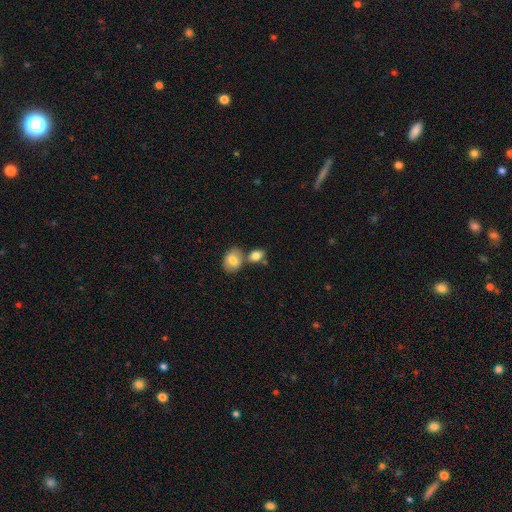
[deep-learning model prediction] The model was most divided on "merging": none: 47%, merger: 37%, minor disturbance: 12%, major disturbance: 4%. More confident: smooth or featured — smooth (81%); how rounded — in between (77%).